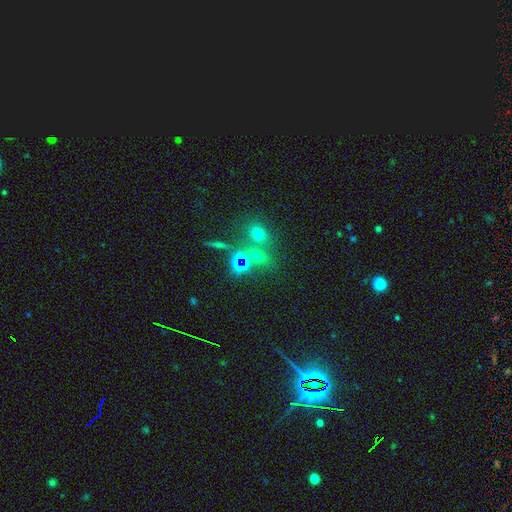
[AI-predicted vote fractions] Overall: smooth (50%; star or artifact 37%). Merging: none (53%; merger 32%).